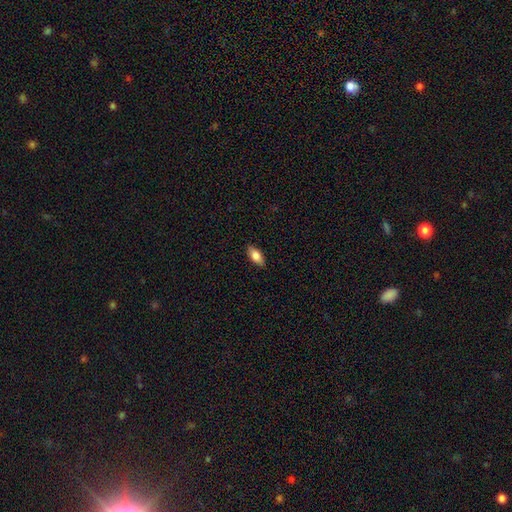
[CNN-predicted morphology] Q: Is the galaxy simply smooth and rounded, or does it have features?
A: smooth — 81%.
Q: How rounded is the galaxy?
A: in between — 87%.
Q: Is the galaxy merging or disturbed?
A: none — 88%.